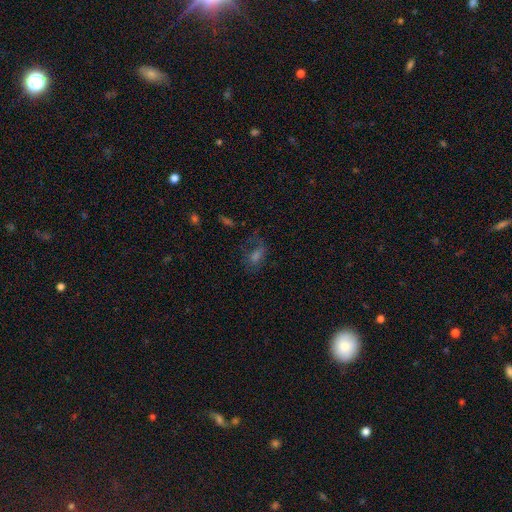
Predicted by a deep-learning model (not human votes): This is marginally a smooth galaxy (39%). Merging: possibly none (49%).